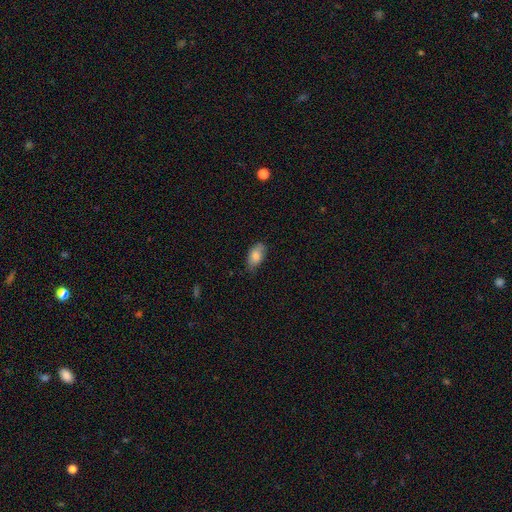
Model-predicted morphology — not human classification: This is clearly a smooth galaxy (84%). How rounded: clearly in between (92%). Merging: likely none (75%).